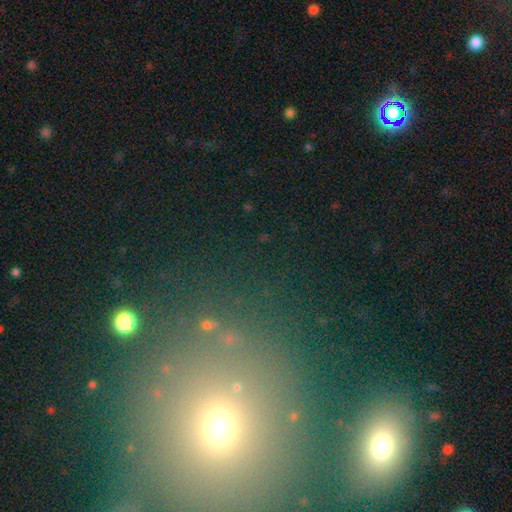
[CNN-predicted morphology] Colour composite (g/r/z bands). It shows a star or artifact, not a galaxy (49%).